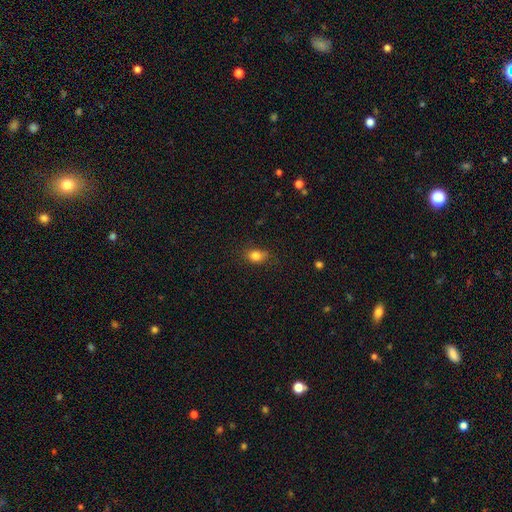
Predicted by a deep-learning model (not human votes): The model was most divided on "how rounded": in between: 67%, round: 31%, cigar-shaped: 2%. More confident: smooth or featured — smooth (83%); merging — none (75%).